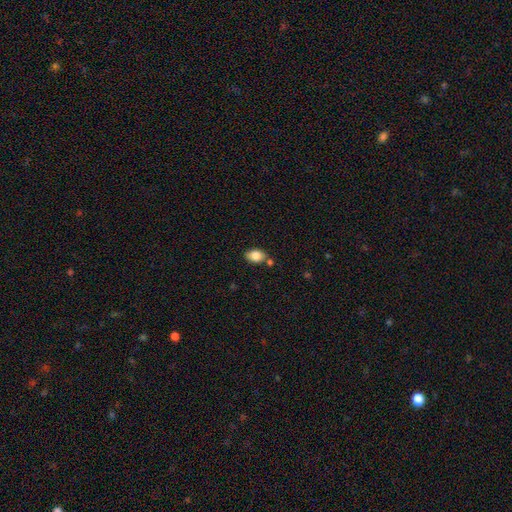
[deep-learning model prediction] Morphology: type=smooth (83%); roundness=in between (84%); merging=none (75%).